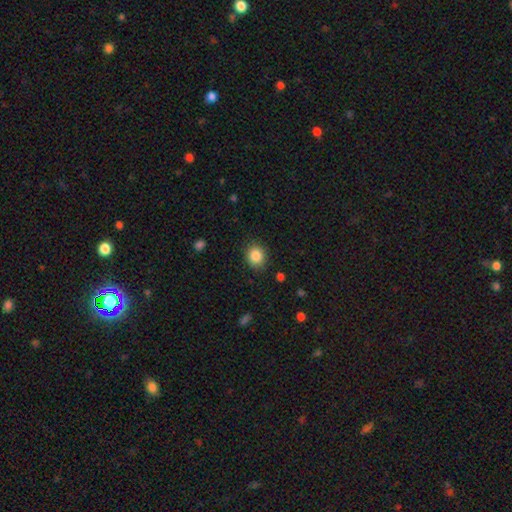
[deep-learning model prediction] A smooth galaxy with no disk features (86%) that is round (74%). Merging: none (87%).